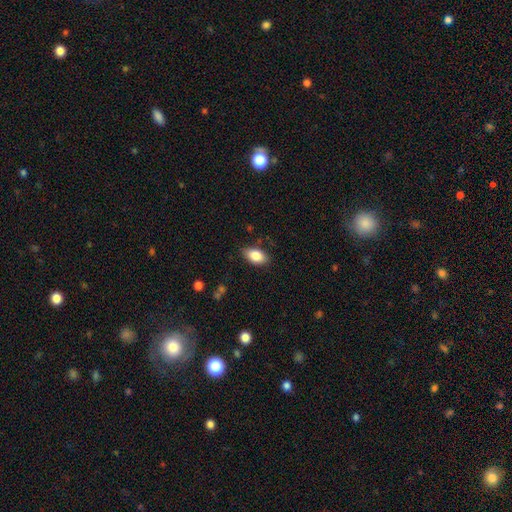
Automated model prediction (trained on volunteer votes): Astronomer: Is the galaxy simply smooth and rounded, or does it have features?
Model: smooth — 85%.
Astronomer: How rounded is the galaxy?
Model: in between — 91%.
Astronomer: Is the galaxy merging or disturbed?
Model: none — 82%.